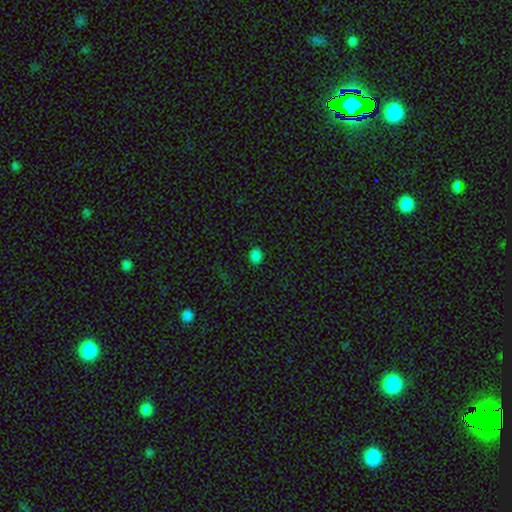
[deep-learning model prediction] Morphology: type=smooth (82%); roundness=in between (59%); merging=none (89%).